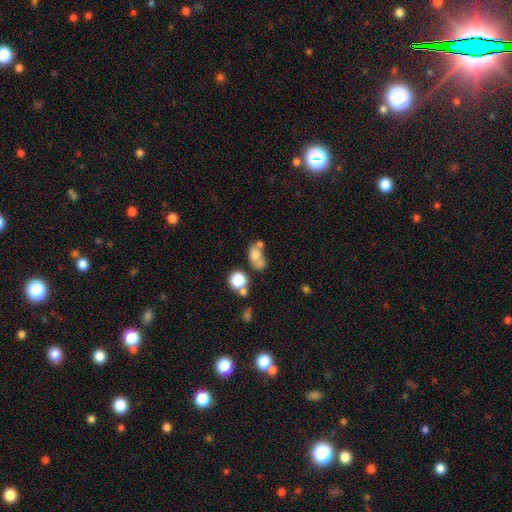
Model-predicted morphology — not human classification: type=smooth (67%); roundness=in between (67%); merging=merger (47%).